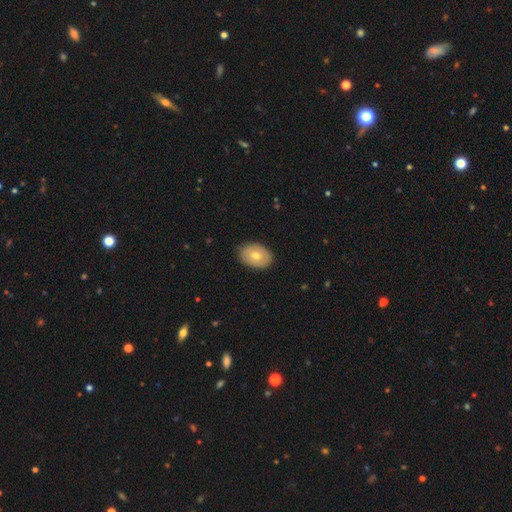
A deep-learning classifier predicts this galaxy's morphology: smooth-or-featured: smooth: 66% | featured or disk: 26% | star or artifact: 7%
  how-rounded: in between: 78% | round: 21% | cigar-shaped: 1%
  merging: none: 88% | minor disturbance: 9% | major disturbance: 2% | merger: 1%